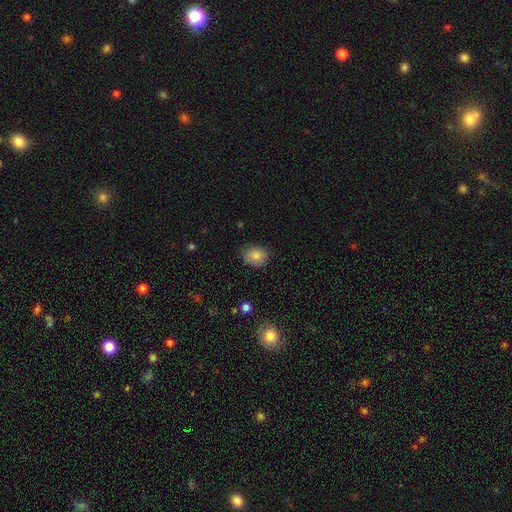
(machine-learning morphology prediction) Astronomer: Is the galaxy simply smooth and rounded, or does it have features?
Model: smooth — 85%.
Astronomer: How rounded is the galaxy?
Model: in between — 56% (runner-up: round, 44%).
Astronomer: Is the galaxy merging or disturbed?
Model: none — 75%.